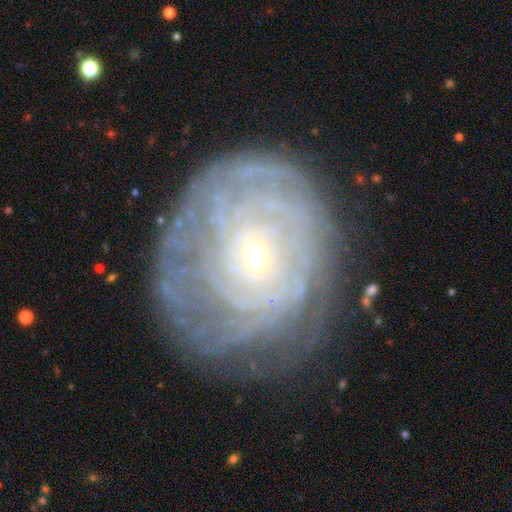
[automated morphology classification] Smooth or featured? Predicted: featured or disk (p=0.82). Edge-on disk? Predicted: no (p=0.96). Bar? Predicted: no (p=0.66). Spiral arms? Predicted: yes (p=0.90). Spiral winding? Predicted: tight (p=0.84). Spiral arm count? Predicted: can't tell (p=0.47). Bulge size? Predicted: small (p=0.72). Merging? Predicted: none (p=0.73).